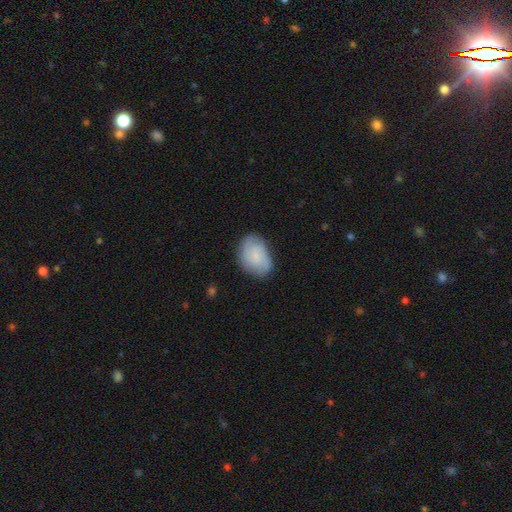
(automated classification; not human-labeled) The model was most divided on "smooth or featured": smooth: 55%, featured or disk: 38%, star or artifact: 7%. More confident: how rounded — in between (80%); merging — none (72%).